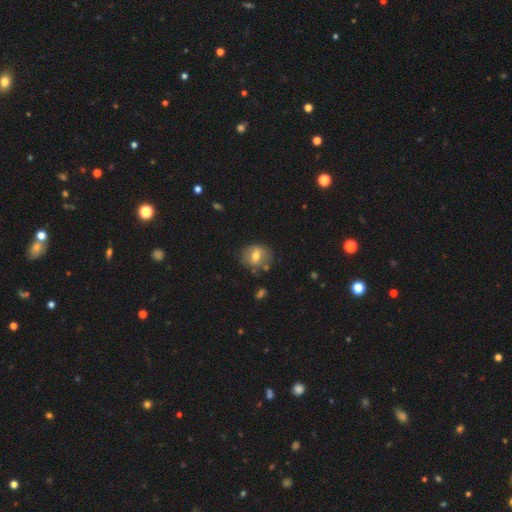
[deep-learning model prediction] smooth_or_featured: smooth (p=0.55) [alt: featured or disk p=0.36]
how_rounded: round (p=0.64) [alt: in between p=0.34]
merging: none (p=0.73) [alt: minor disturbance p=0.16]